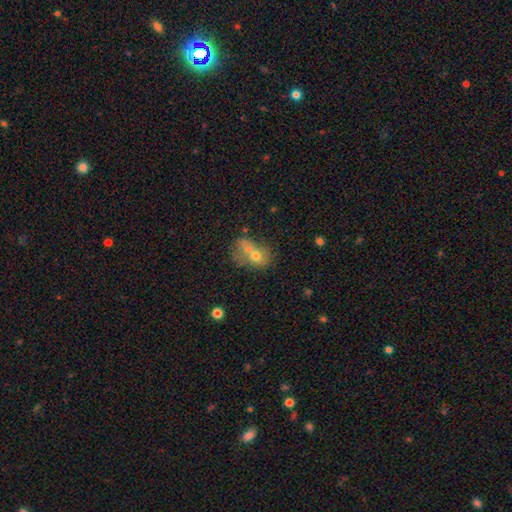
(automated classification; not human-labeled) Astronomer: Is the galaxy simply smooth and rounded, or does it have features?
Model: smooth — 63%.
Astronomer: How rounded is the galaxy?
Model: in between — 56% (runner-up: round, 43%).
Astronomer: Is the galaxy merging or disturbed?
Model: merger — 60%.